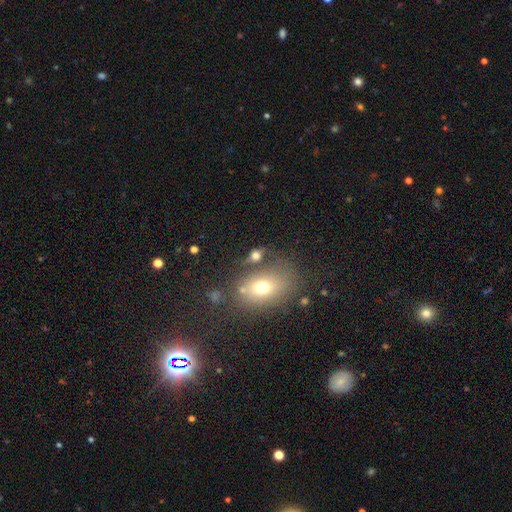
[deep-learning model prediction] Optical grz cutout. It shows a smooth galaxy with no disk features (64%) that is in between round and cigar-shaped (67%). Merging: none (54%).